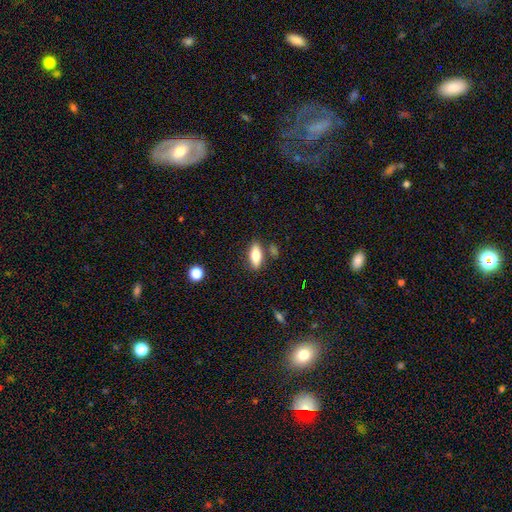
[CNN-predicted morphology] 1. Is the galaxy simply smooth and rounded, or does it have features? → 71% smooth, 22% featured or disk, 7% star or artifact.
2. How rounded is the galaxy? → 74% in between, 22% cigar-shaped, 3% round.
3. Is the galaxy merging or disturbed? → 79% none, 12% minor disturbance, 6% merger, 3% major disturbance.